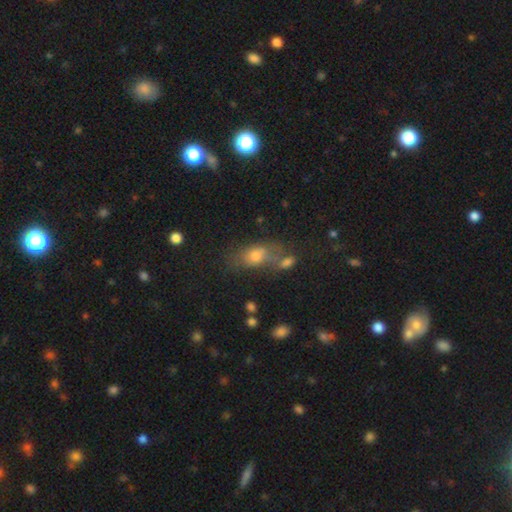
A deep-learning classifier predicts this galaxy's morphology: A smooth galaxy with no disk features (60%) that is in between round and cigar-shaped (60%).

Vote fractions:
- Smooth or featured? smooth: 60% / star or artifact: 25% / featured or disk: 15%
- How rounded? in between: 60% / round: 30% / cigar-shaped: 10%
- Merging? none: 60% / merger: 20% / minor disturbance: 14% / major disturbance: 6%